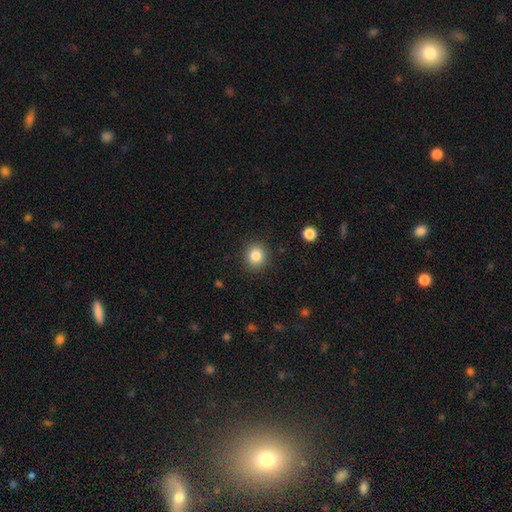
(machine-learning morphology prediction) A smooth galaxy with no disk features (84%) that is round (86%). Merging: none (89%).